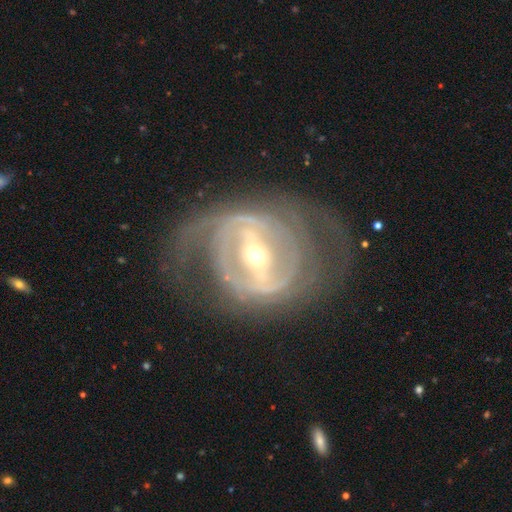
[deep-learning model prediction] Morphology: type=featured or disk (88%); edge-on=no (95%); bar=strong (65%); spiral arms=yes (84%); winding=tight (48%); arm count=2 (46%); bulge=small (61%); merging=none (63%).